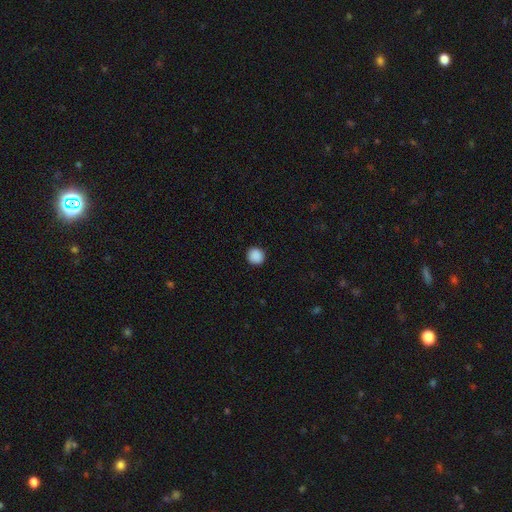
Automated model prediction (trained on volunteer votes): smooth_or_featured: smooth (p=0.89) [alt: star or artifact p=0.09]
how_rounded: round (p=0.91) [alt: in between p=0.08]
merging: none (p=0.92) [alt: minor disturbance p=0.06]